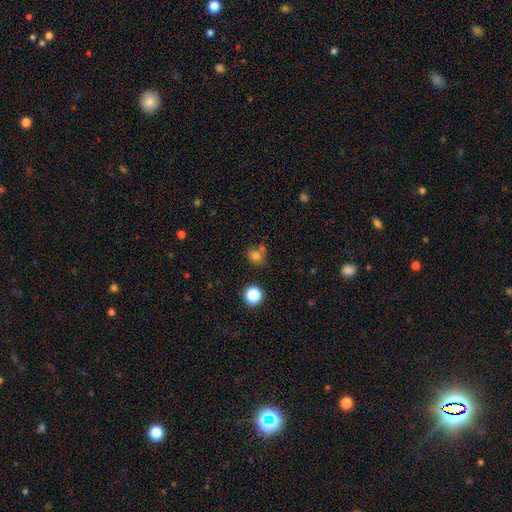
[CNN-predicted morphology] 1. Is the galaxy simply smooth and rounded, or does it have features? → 73% smooth, 18% star or artifact, 9% featured or disk.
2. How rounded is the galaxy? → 67% round, 31% in between, 1% cigar-shaped.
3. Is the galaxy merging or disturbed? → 54% none, 21% merger, 18% minor disturbance, 8% major disturbance.